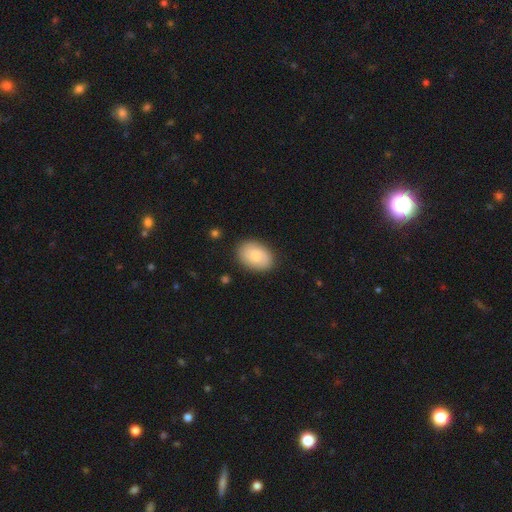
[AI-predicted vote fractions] Smooth or featured? Predicted: smooth (p=0.74). How rounded? Predicted: in between (p=0.79). Merging? Predicted: none (p=0.86).